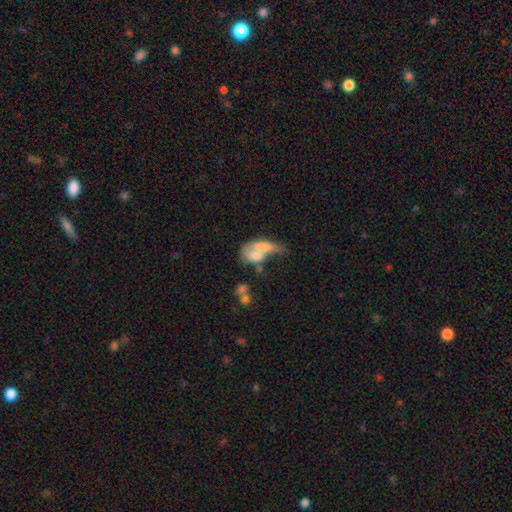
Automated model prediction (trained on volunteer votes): smooth-or-featured: smooth: 62% | featured or disk: 29% | star or artifact: 9%
  how-rounded: in between: 78% | round: 13% | cigar-shaped: 9%
  merging: merger: 59% | major disturbance: 17% | none: 14% | minor disturbance: 10%